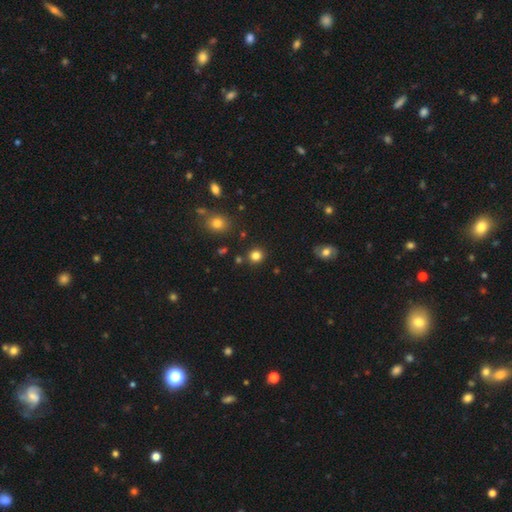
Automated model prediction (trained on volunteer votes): smooth-or-featured: smooth: 82% | star or artifact: 13% | featured or disk: 5%
  how-rounded: round: 90% | in between: 9% | cigar-shaped: 1%
  merging: none: 88% | minor disturbance: 6% | merger: 4% | major disturbance: 2%